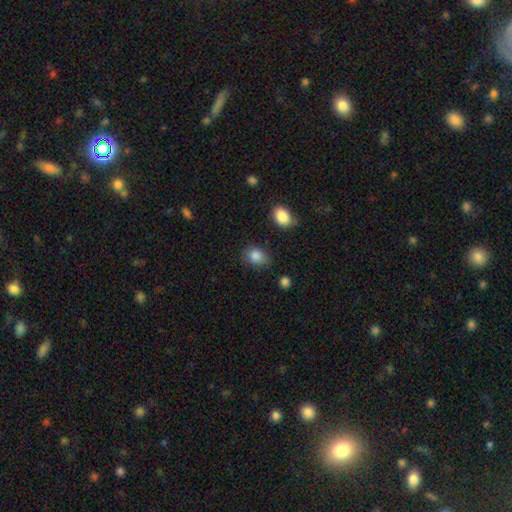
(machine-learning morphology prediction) Smooth or featured? Predicted: smooth (p=0.86). How rounded? Predicted: in between (p=0.62). Merging? Predicted: none (p=0.74).